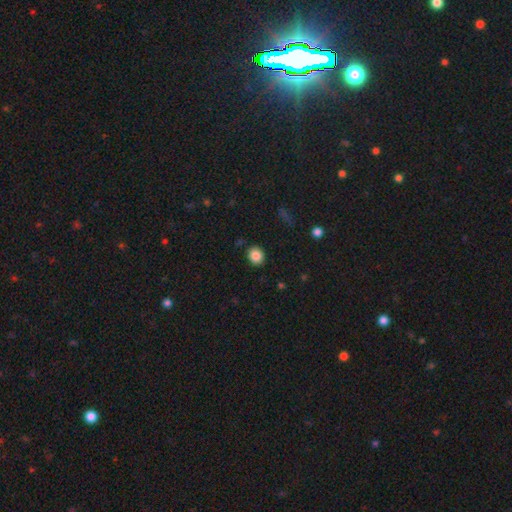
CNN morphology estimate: Smooth or featured?
  - smooth: 86% *
  - star or artifact: 9%
  - featured or disk: 5%
How rounded?
  - round: 68% *
  - in between: 31%
  - cigar-shaped: 1%
Merging?
  - none: 89% *
  - minor disturbance: 7%
  - major disturbance: 2%
  - merger: 2%